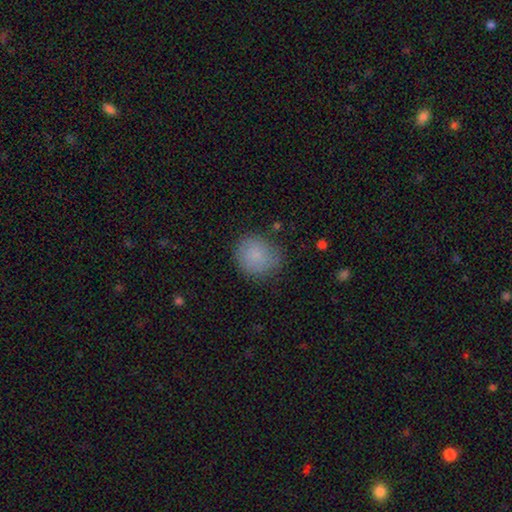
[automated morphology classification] Smooth or featured? Predicted: smooth (p=0.85). How rounded? Predicted: round (p=0.81). Merging? Predicted: none (p=0.75).